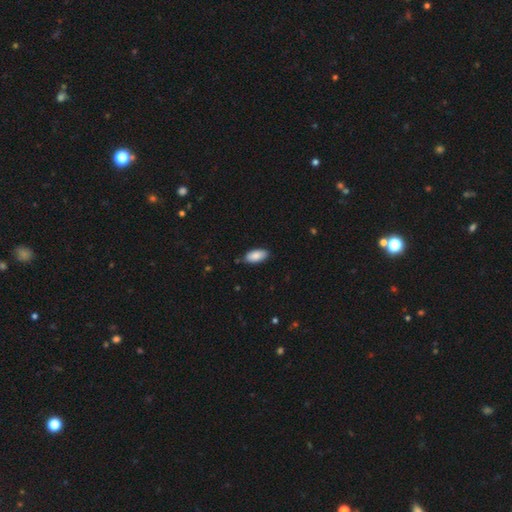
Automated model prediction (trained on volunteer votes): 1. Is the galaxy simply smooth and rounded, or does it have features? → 86% smooth, 8% featured or disk, 6% star or artifact.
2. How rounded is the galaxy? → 92% in between, 6% cigar-shaped, 2% round.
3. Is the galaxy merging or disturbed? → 82% none, 14% minor disturbance, 2% major disturbance, 1% merger.